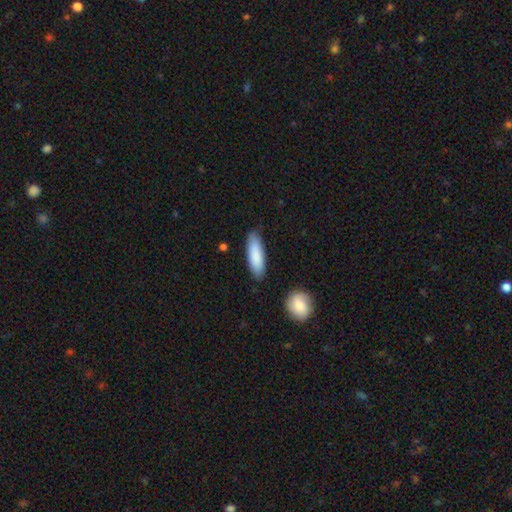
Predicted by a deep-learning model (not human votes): This appears to be a smooth galaxy with no disk features (86%) that is in between round and cigar-shaped (51%). Merging: none (85%).